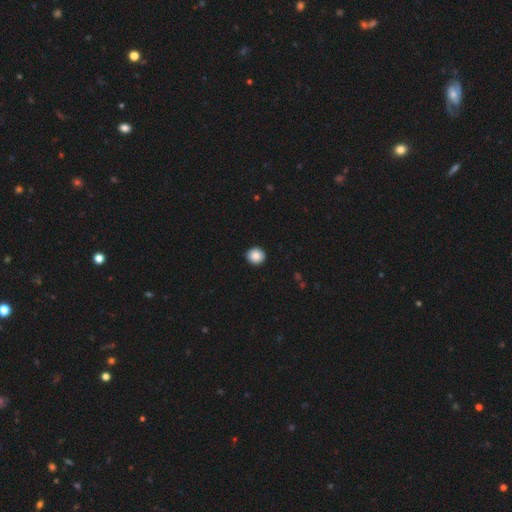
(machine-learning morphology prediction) smooth 87%, star or artifact 8%, featured or disk 4%. Down the decision tree: how rounded — round (91%); merging — none (92%).